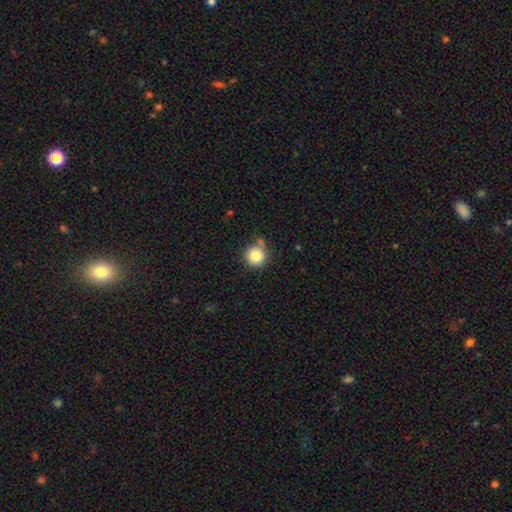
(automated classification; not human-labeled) smooth-or-featured: smooth: 84% | star or artifact: 10% | featured or disk: 6%
  how-rounded: round: 93% | in between: 6% | cigar-shaped: 1%
  merging: none: 71% | minor disturbance: 15% | merger: 9% | major disturbance: 4%